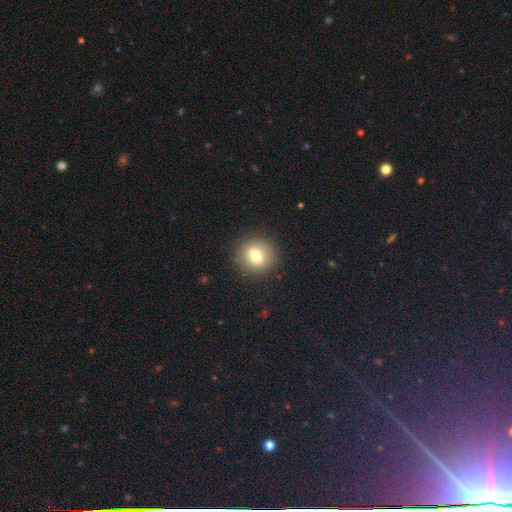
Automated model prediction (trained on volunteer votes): Smooth or featured?
  - smooth: 75% *
  - featured or disk: 15%
  - star or artifact: 11%
How rounded?
  - round: 89% *
  - in between: 10%
  - cigar-shaped: 1%
Merging?
  - none: 90% *
  - minor disturbance: 6%
  - major disturbance: 3%
  - merger: 1%